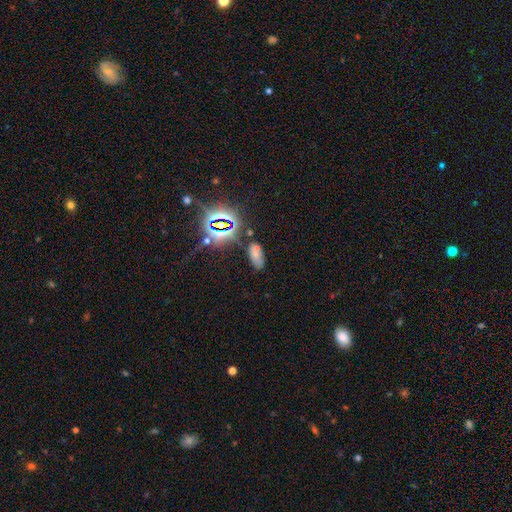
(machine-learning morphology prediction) type=smooth (54%); roundness=in between (89%); merging=none (62%).